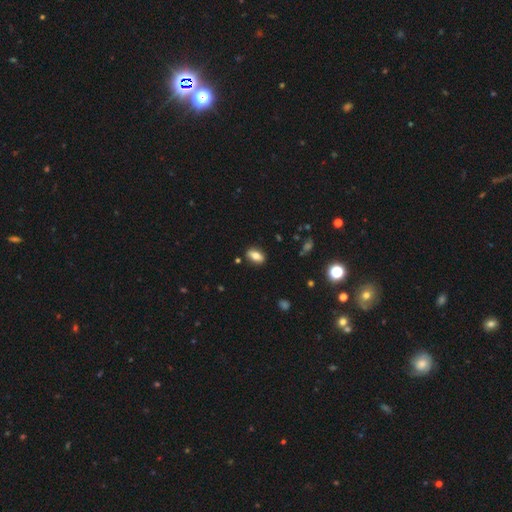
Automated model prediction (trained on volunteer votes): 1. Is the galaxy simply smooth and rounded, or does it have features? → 76% smooth, 15% featured or disk, 8% star or artifact.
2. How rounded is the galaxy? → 87% in between, 7% round, 6% cigar-shaped.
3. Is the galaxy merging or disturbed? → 86% none, 10% minor disturbance, 2% major disturbance, 2% merger.